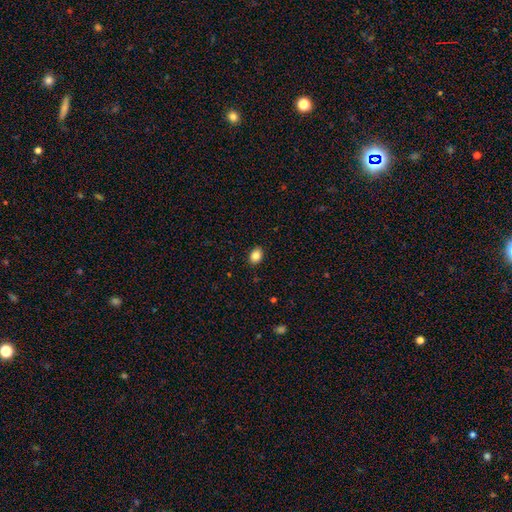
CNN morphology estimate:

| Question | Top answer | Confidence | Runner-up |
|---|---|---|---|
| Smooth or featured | smooth | 86% | star or artifact (9%) |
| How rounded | in between | 69% | round (30%) |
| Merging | none | 89% | minor disturbance (8%) |